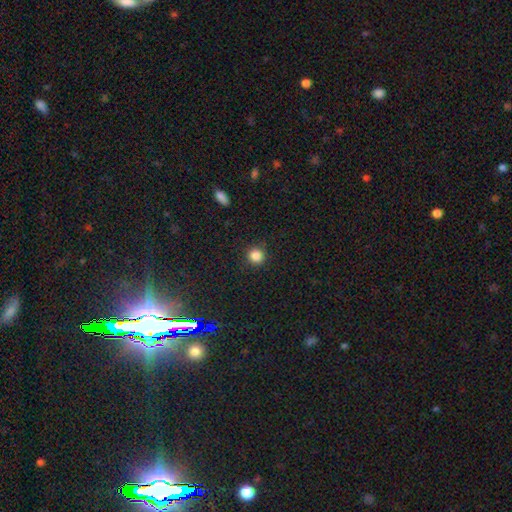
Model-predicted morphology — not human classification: smooth 85%, star or artifact 11%, featured or disk 4%. Down the decision tree: how rounded — round (92%); merging — none (90%).